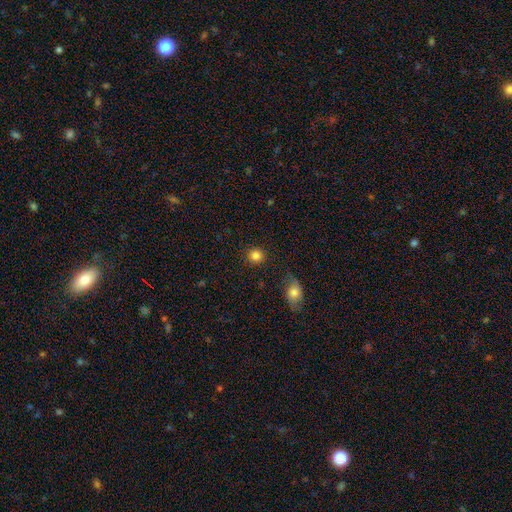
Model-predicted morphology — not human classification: Smooth or featured: smooth — 84% (star or artifact — 11%)
How rounded: round — 92% (in between — 7%)
Merging: none — 90% (minor disturbance — 6%)